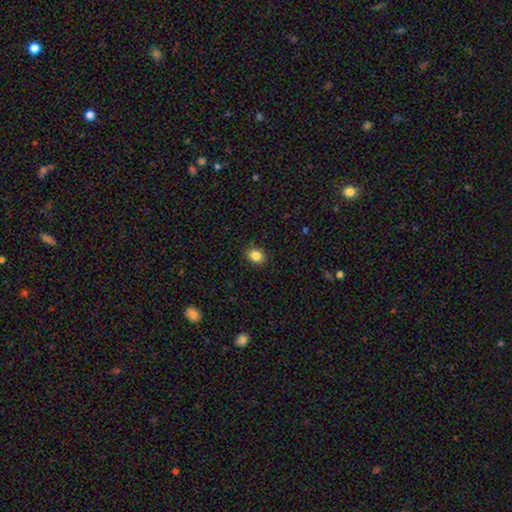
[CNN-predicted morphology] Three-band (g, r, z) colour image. It shows a smooth galaxy with no disk features (85%) that is in between round and cigar-shaped (52%). Merging: none (89%).